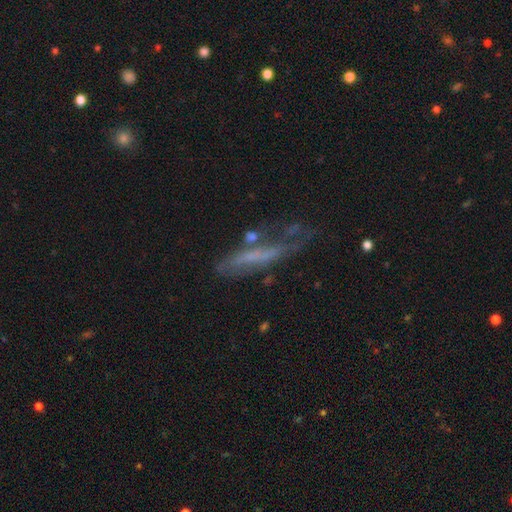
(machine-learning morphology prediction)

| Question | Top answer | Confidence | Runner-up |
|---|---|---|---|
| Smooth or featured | featured or disk | 51% | smooth (37%) |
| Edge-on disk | no | 52% | yes (48%) |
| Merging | none | 38% | major disturbance (27%) |